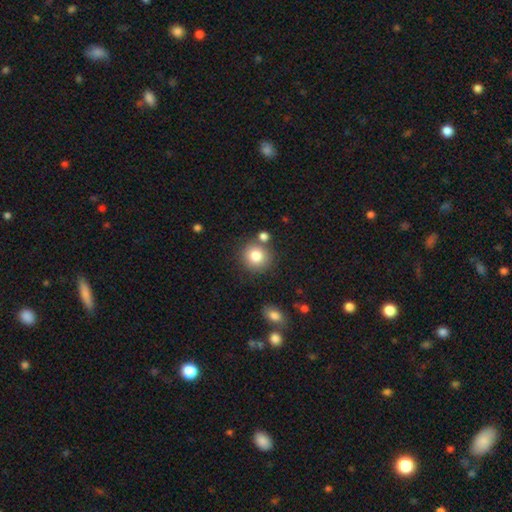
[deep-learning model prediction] Q: Smooth or featured?
A: smooth (81%); runner-up: star or artifact (10%)
Q: How rounded?
A: round (89%); runner-up: in between (10%)
Q: Merging?
A: none (76%); runner-up: merger (11%)